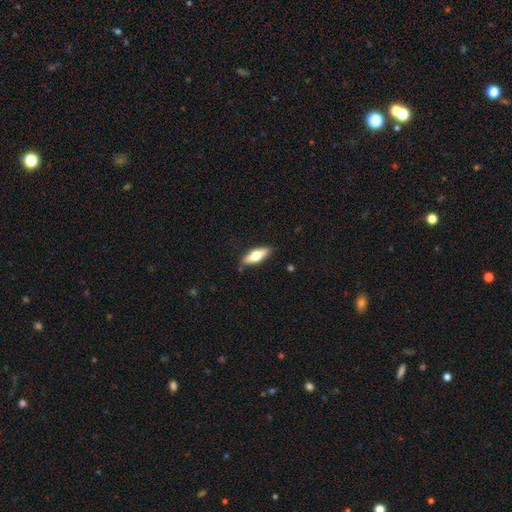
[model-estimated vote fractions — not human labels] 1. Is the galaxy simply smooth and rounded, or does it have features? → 60% smooth, 34% featured or disk, 6% star or artifact.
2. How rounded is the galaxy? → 60% in between, 38% cigar-shaped, 2% round.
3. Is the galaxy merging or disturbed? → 81% none, 15% minor disturbance, 3% major disturbance, 2% merger.